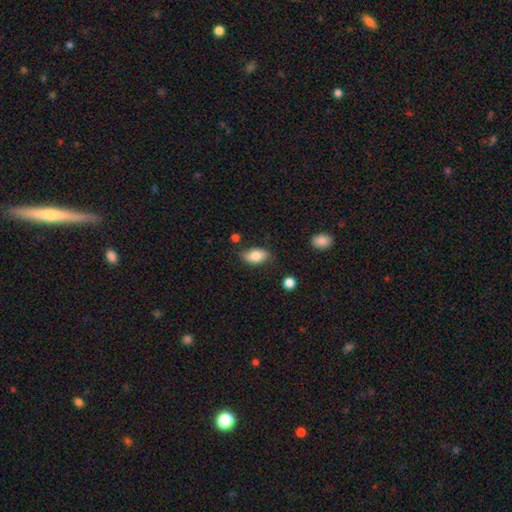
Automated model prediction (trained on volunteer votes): Smooth or featured: smooth — 79% (featured or disk — 14%)
How rounded: in between — 90% (round — 7%)
Merging: none — 73% (minor disturbance — 20%)